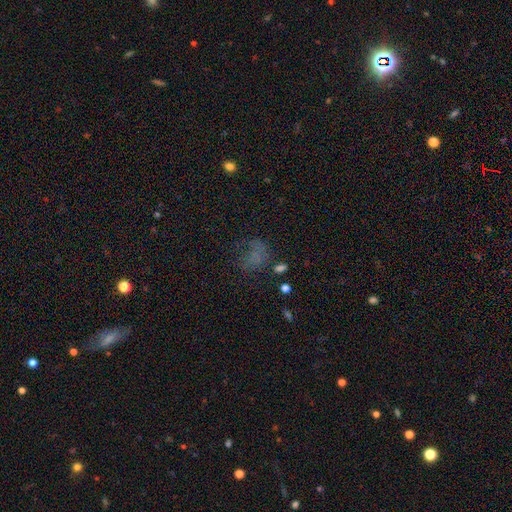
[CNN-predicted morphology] smooth 47%, featured or disk 27%, star or artifact 26%. Down the decision tree: merging — none (39%).